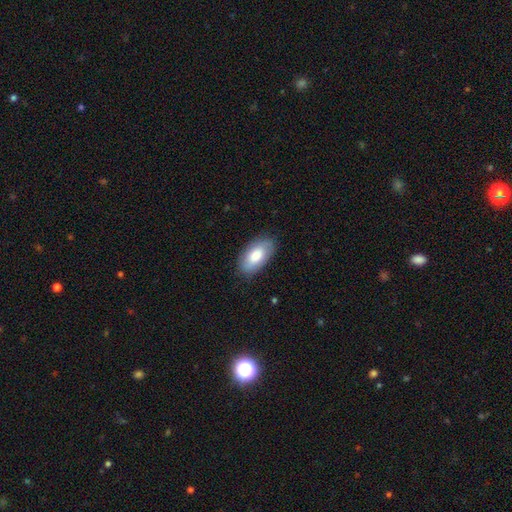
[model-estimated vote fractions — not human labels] Smooth or featured: smooth — 78% (featured or disk — 16%)
How rounded: in between — 94% (cigar-shaped — 3%)
Merging: none — 84% (minor disturbance — 12%)